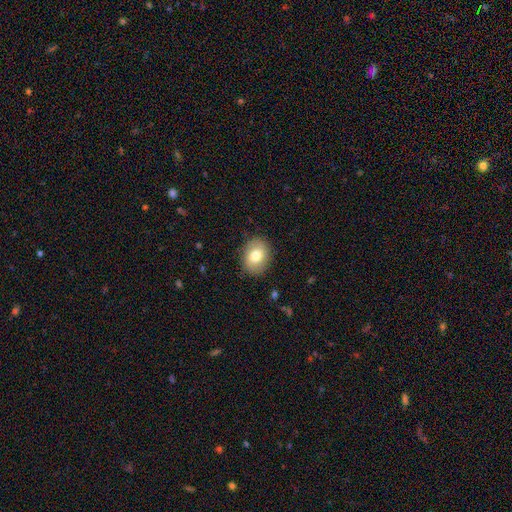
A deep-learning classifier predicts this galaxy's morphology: Q: Smooth or featured?
A: smooth (78%); runner-up: featured or disk (14%)
Q: How rounded?
A: in between (56%); runner-up: round (43%)
Q: Merging?
A: none (87%); runner-up: minor disturbance (9%)